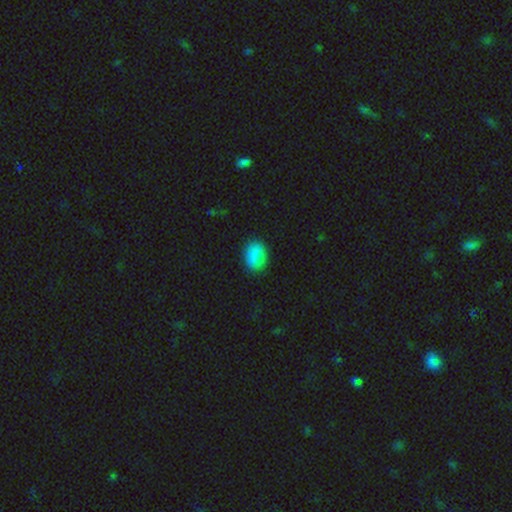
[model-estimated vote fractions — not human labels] This appears to be a smooth galaxy with no disk features (88%) that is in between round and cigar-shaped (70%). Merging: none (88%).